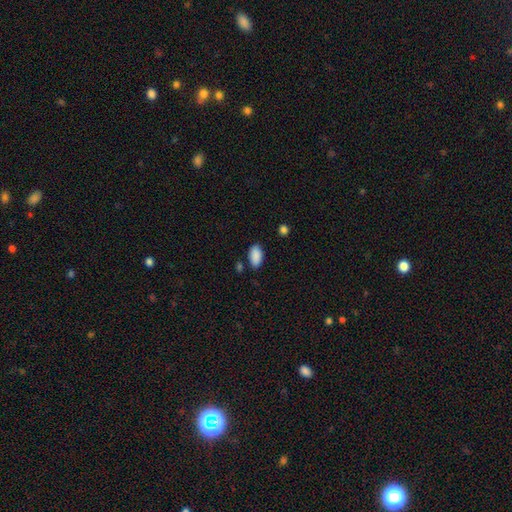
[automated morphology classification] Smooth or featured?
  - smooth: 90% *
  - star or artifact: 7%
  - featured or disk: 4%
How rounded?
  - in between: 94% *
  - round: 3%
  - cigar-shaped: 3%
Merging?
  - none: 80% *
  - minor disturbance: 13%
  - merger: 4%
  - major disturbance: 3%